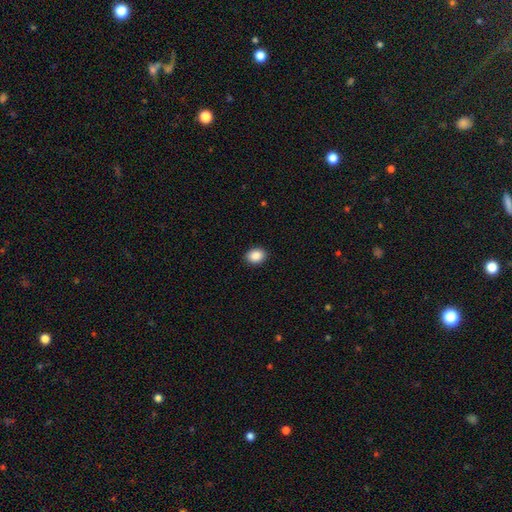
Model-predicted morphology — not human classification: This is clearly a smooth galaxy (89%). How rounded: possibly in between (58%). Merging: clearly none (90%).